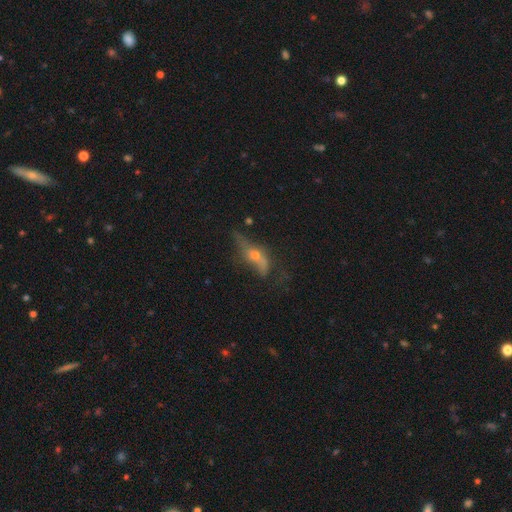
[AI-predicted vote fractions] Smooth or featured?
  - featured or disk: 56% *
  - smooth: 30%
  - star or artifact: 13%
Edge-on disk?
  - no: 54% *
  - yes: 46%
Merging?
  - none: 39% *
  - major disturbance: 29%
  - minor disturbance: 25%
  - merger: 6%